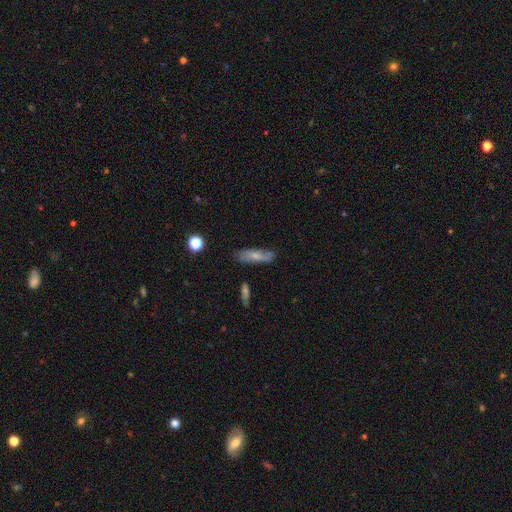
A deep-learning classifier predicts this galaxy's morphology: Q: Smooth or featured?
A: smooth (60%); runner-up: featured or disk (32%)
Q: How rounded?
A: cigar-shaped (53%); runner-up: in between (44%)
Q: Merging?
A: none (67%); runner-up: minor disturbance (23%)